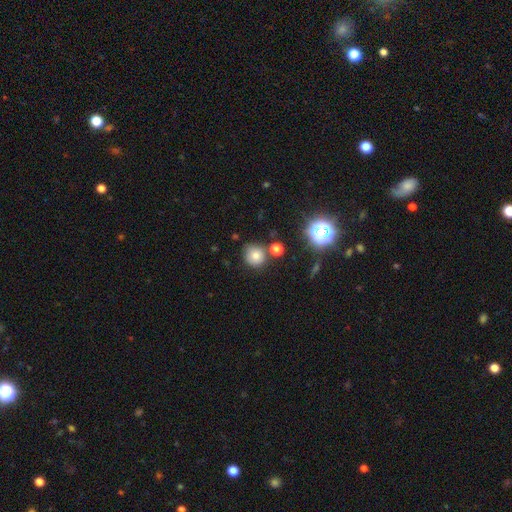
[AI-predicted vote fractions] smooth 76%, star or artifact 15%, featured or disk 9%. Down the decision tree: how rounded — round (88%); merging — none (74%).